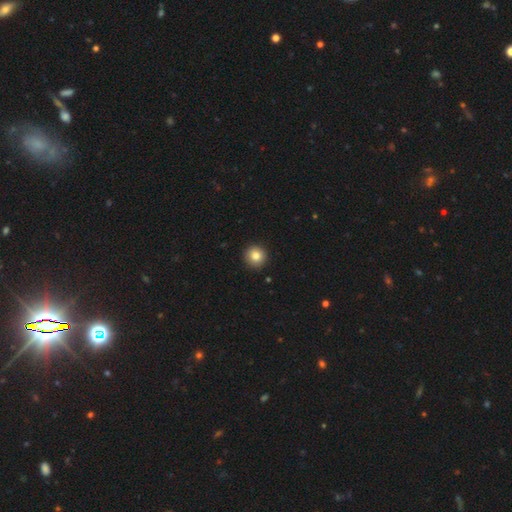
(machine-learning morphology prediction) A smooth galaxy with no disk features (83%) that is round (95%). Merging: none (93%).